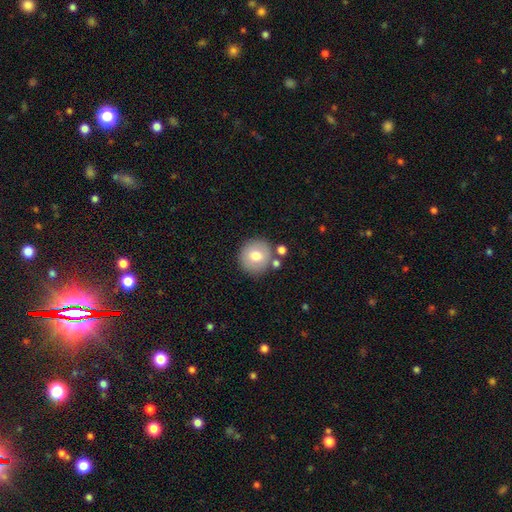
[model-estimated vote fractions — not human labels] The model was most divided on "smooth or featured": smooth: 73%, featured or disk: 19%, star or artifact: 8%. More confident: how rounded — round (92%); merging — none (79%).